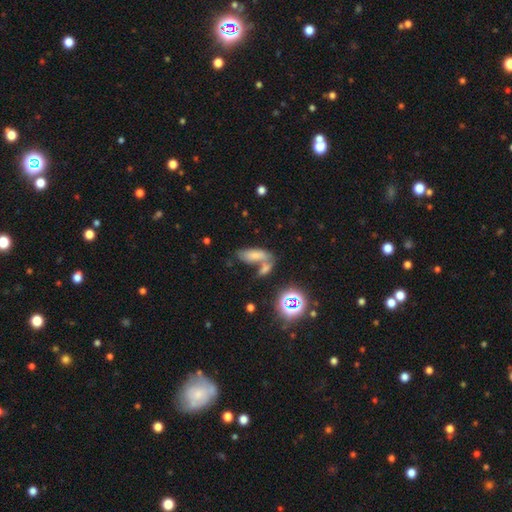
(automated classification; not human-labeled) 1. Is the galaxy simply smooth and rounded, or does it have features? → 70% smooth, 16% star or artifact, 15% featured or disk.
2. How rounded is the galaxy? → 77% in between, 19% cigar-shaped, 4% round.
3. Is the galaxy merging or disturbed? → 50% merger, 33% none, 11% minor disturbance, 6% major disturbance.